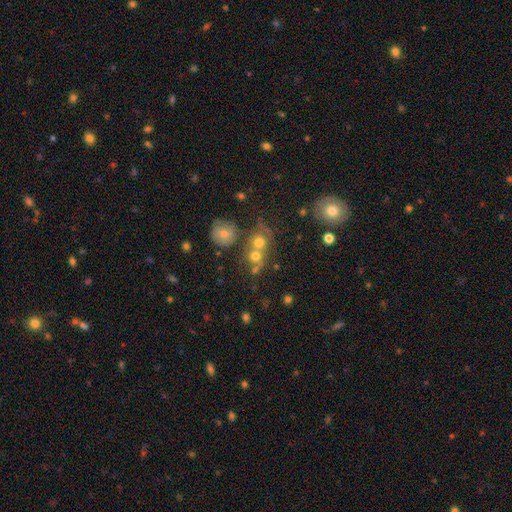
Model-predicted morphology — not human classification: smooth 66%, star or artifact 18%, featured or disk 16%. Down the decision tree: how rounded — round (84%); merging — none (45%).